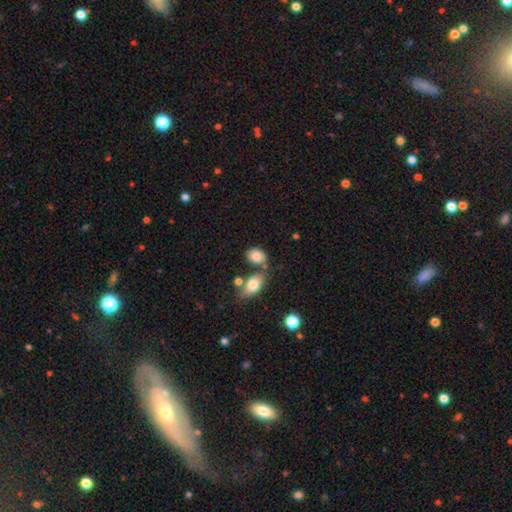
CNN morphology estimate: Smooth or featured: smooth — 82% (featured or disk — 10%)
How rounded: in between — 76% (round — 22%)
Merging: none — 62% (merger — 21%)